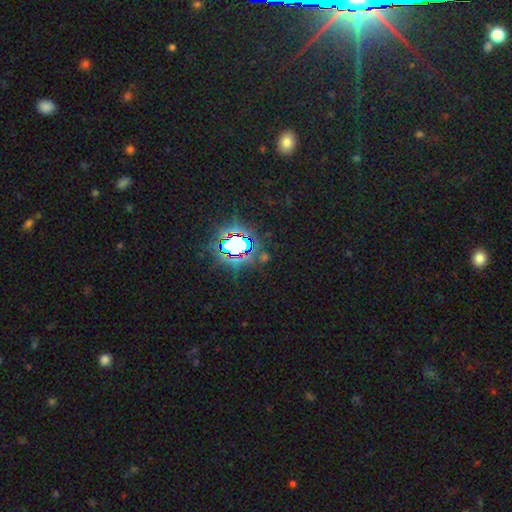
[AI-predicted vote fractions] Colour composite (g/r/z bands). It shows a star or artifact, not a galaxy (82%).